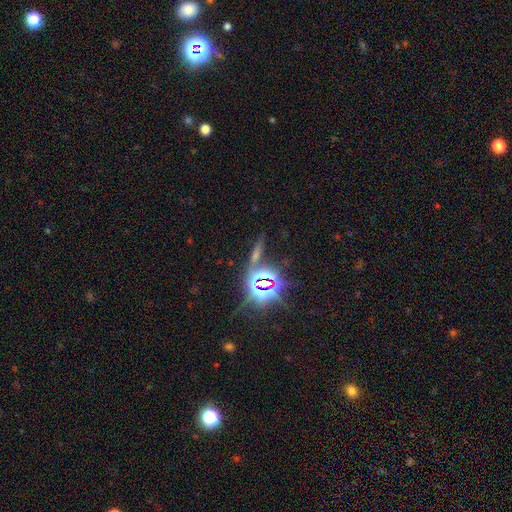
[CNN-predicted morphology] This is likely a star or artifact rather than a galaxy (68%).